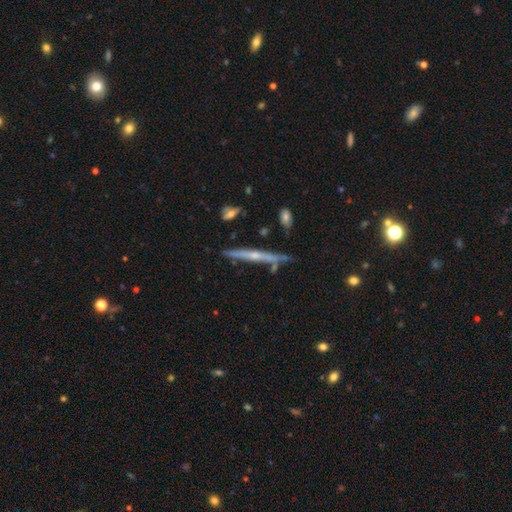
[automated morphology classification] Smooth or featured: featured or disk — 70% (smooth — 22%)
Edge-on disk: yes — 96% (no — 4%)
Edge-on bulge: rounded — 65% (none — 30%)
Merging: none — 80% (minor disturbance — 13%)